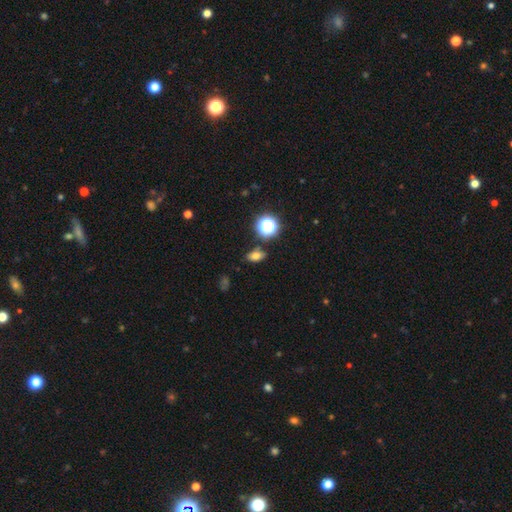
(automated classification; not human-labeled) A smooth galaxy with no disk features (69%) that is in between round and cigar-shaped (79%). Merging: none (84%).